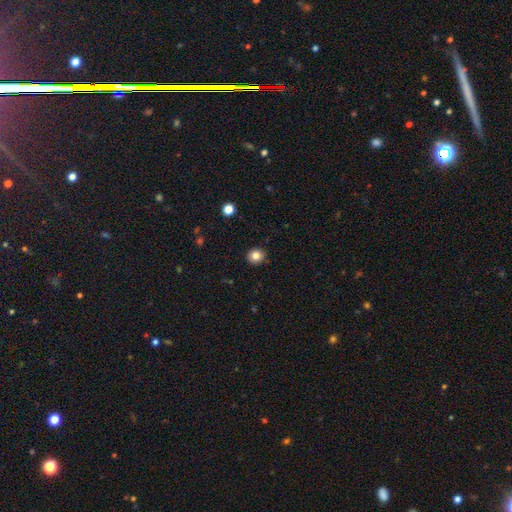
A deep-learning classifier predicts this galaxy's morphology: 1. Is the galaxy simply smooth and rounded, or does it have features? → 83% smooth, 11% star or artifact, 6% featured or disk.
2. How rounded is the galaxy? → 86% round, 13% in between, 1% cigar-shaped.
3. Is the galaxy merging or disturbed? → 91% none, 6% minor disturbance, 2% major disturbance, 1% merger.